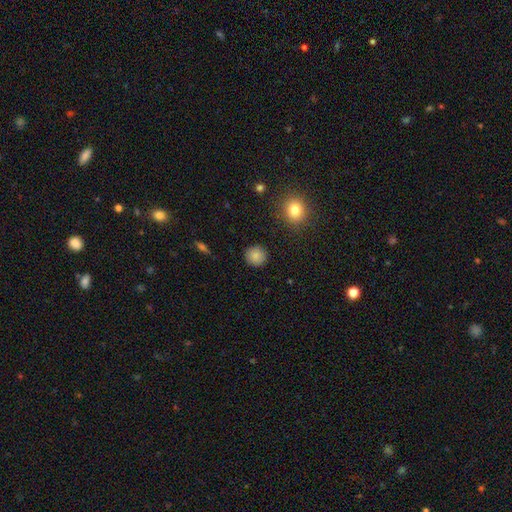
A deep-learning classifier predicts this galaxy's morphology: Q: Smooth or featured?
A: smooth (85%); runner-up: star or artifact (10%)
Q: How rounded?
A: round (93%); runner-up: in between (6%)
Q: Merging?
A: none (91%); runner-up: minor disturbance (6%)